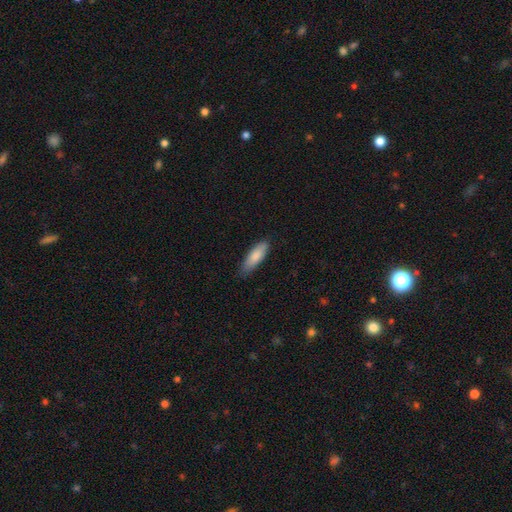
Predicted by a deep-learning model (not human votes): Smooth or featured? smooth (84%)
How rounded? in between (52%)
Merging? none (78%)